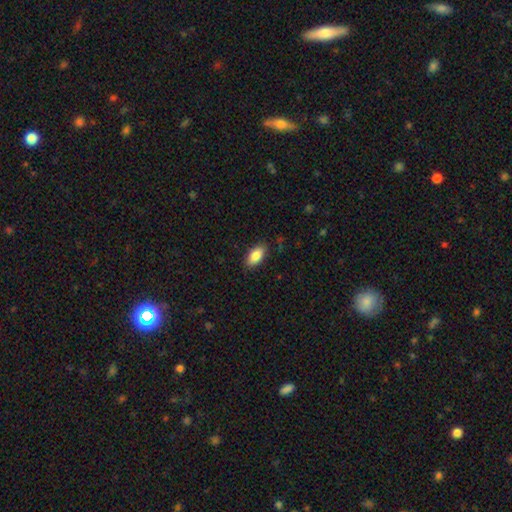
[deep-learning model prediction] A smooth galaxy with no disk features (85%) that is in between round and cigar-shaped (91%). Merging: none (86%).